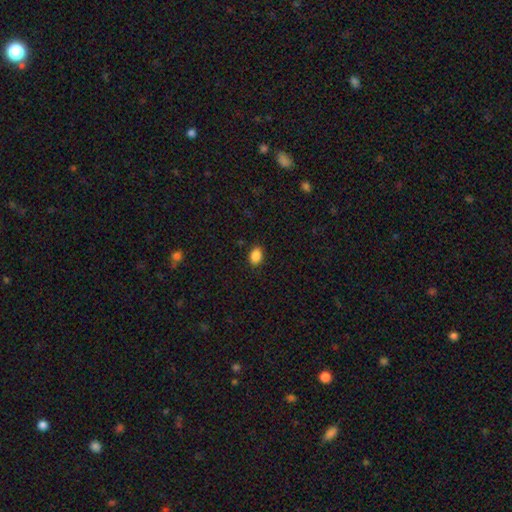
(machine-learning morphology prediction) Smooth or featured? smooth (88%)
How rounded? in between (77%)
Merging? none (87%)